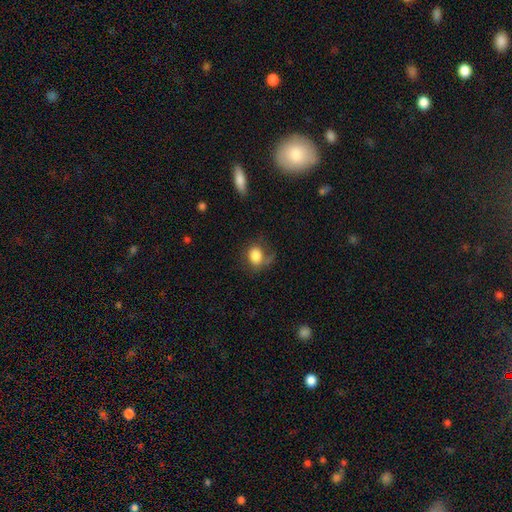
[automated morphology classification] Smooth or featured? Predicted: smooth (p=0.78). How rounded? Predicted: round (p=0.52). Merging? Predicted: none (p=0.48).